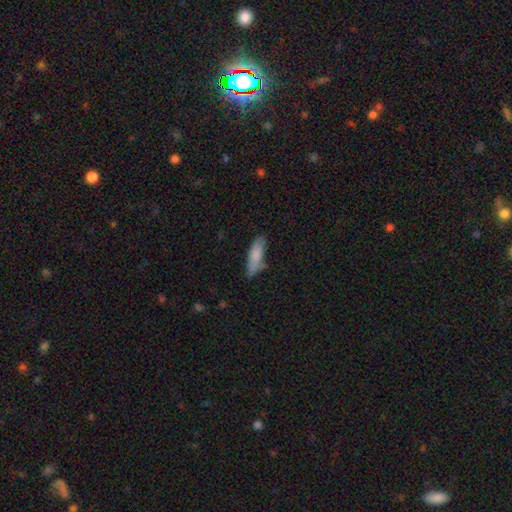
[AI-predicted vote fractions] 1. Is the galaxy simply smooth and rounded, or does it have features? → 82% smooth, 12% featured or disk, 6% star or artifact.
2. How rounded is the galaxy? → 54% cigar-shaped, 44% in between, 2% round.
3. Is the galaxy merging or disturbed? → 68% none, 22% minor disturbance, 5% merger, 4% major disturbance.